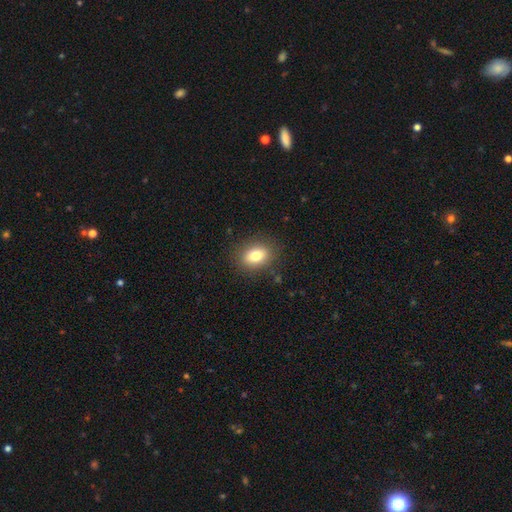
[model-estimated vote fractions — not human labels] A smooth galaxy with no disk features (81%) that is in between round and cigar-shaped (73%).

Vote fractions:
- Smooth or featured? smooth: 81% / star or artifact: 10% / featured or disk: 9%
- How rounded? in between: 73% / round: 26% / cigar-shaped: 2%
- Merging? none: 86% / minor disturbance: 9% / major disturbance: 3% / merger: 1%